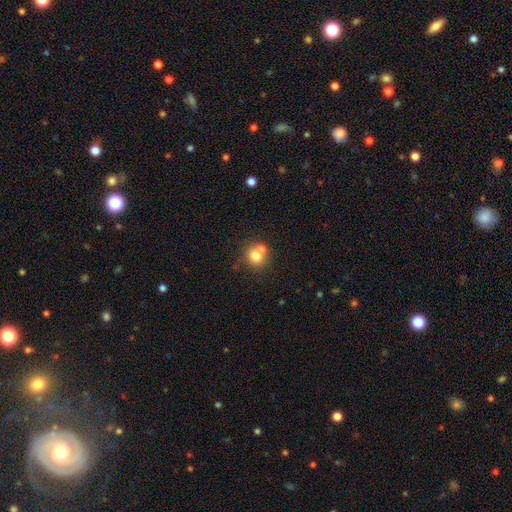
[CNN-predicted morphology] smooth 73%, featured or disk 15%, star or artifact 12%. Down the decision tree: how rounded — round (82%); merging — none (49%).